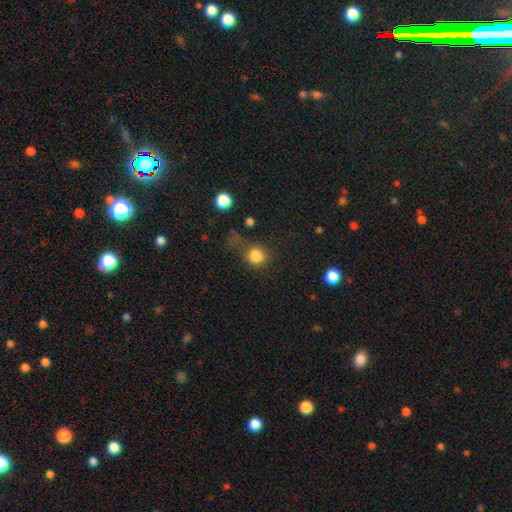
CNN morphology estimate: Smooth or featured? Predicted: smooth (p=0.83). How rounded? Predicted: round (p=0.88). Merging? Predicted: none (p=0.67).